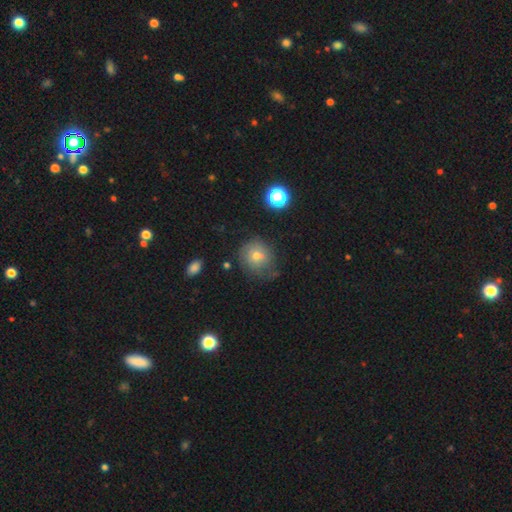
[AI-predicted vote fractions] Smooth or featured? Predicted: smooth (p=0.61). How rounded? Predicted: round (p=0.84). Merging? Predicted: none (p=0.61).